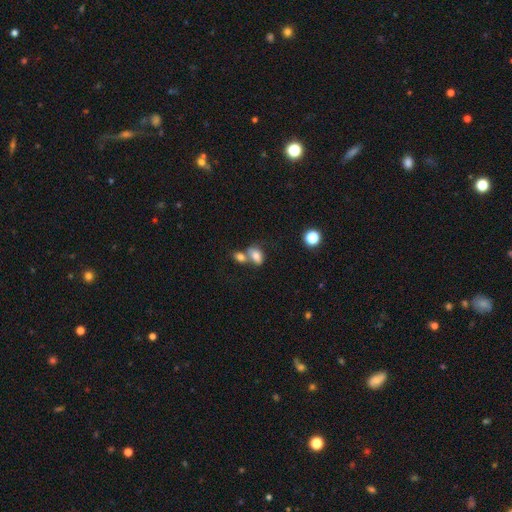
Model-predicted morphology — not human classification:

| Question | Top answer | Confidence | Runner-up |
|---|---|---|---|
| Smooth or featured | smooth | 78% | featured or disk (12%) |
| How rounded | in between | 81% | round (16%) |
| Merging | merger | 52% | none (31%) |